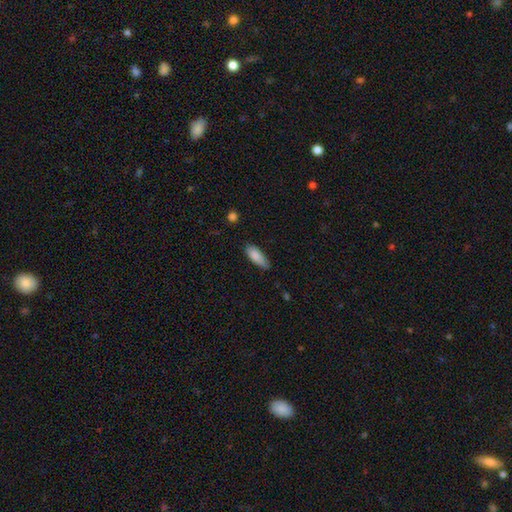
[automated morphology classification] type=smooth (86%); roundness=in between (73%); merging=none (68%).